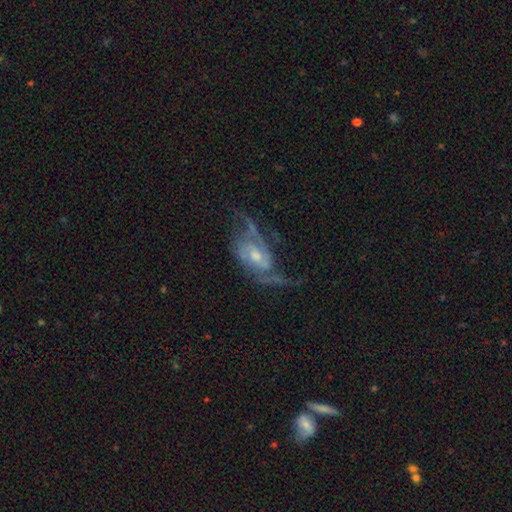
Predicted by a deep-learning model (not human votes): Smooth or featured? Predicted: featured or disk (p=0.85). Edge-on disk? Predicted: no (p=0.95). Bar? Predicted: no (p=0.54). Spiral arms? Predicted: yes (p=0.92). Spiral winding? Predicted: medium (p=0.45). Spiral arm count? Predicted: 2 (p=0.64). Bulge size? Predicted: moderate (p=0.52). Merging? Predicted: none (p=0.49).